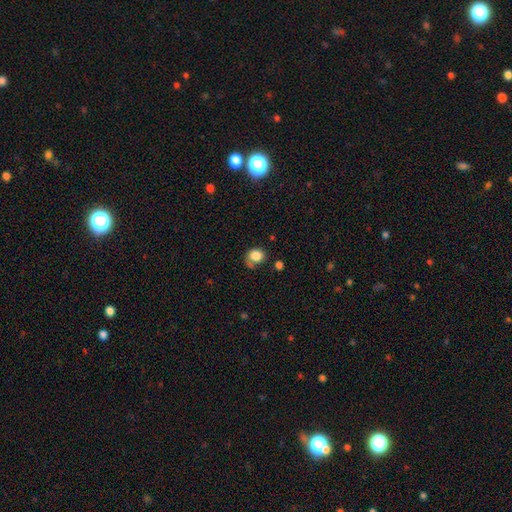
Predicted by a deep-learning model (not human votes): Smooth or featured: smooth — 84% (star or artifact — 10%)
How rounded: round — 64% (in between — 35%)
Merging: none — 56% (minor disturbance — 25%)